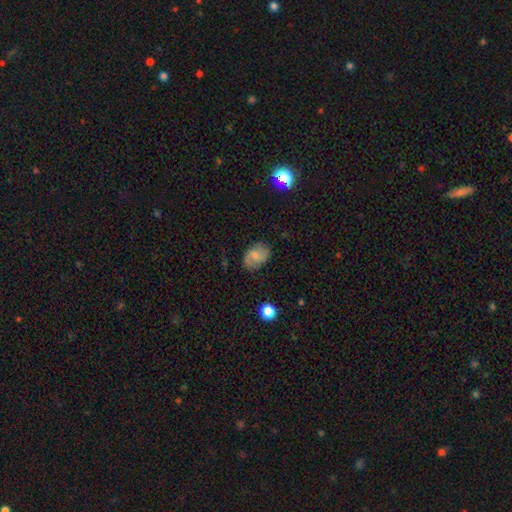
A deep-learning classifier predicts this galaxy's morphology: This appears to be a smooth galaxy with no disk features (53%) that is in between round and cigar-shaped (80%). Merging: none (74%).